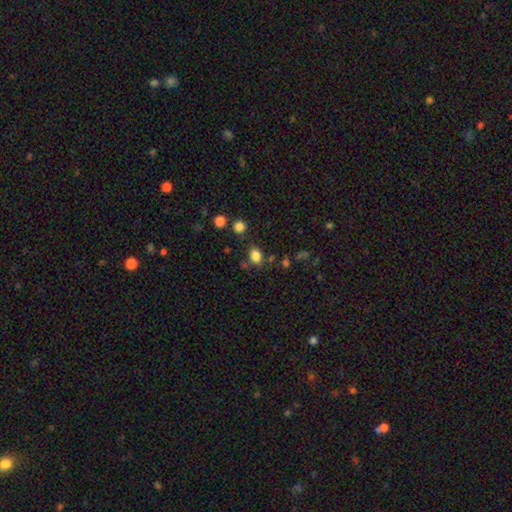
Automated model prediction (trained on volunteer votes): Q: Smooth or featured?
A: smooth (83%); runner-up: star or artifact (12%)
Q: How rounded?
A: in between (67%); runner-up: round (31%)
Q: Merging?
A: none (76%); runner-up: minor disturbance (14%)